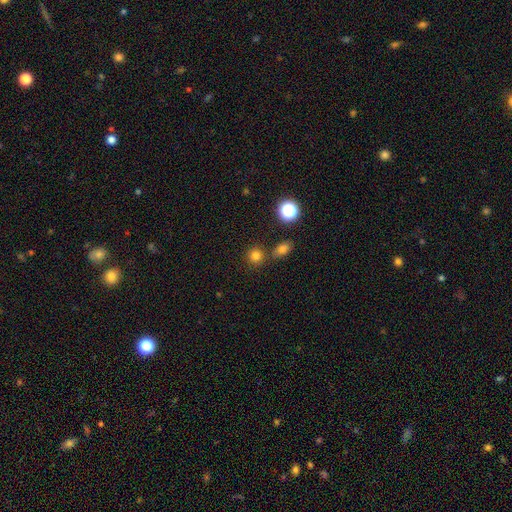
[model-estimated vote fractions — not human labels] A smooth galaxy with no disk features (77%) that is round (89%).

Vote fractions:
- Smooth or featured? smooth: 77% / star or artifact: 17% / featured or disk: 6%
- How rounded? round: 89% / in between: 10% / cigar-shaped: 1%
- Merging? none: 74% / merger: 15% / minor disturbance: 8% / major disturbance: 3%